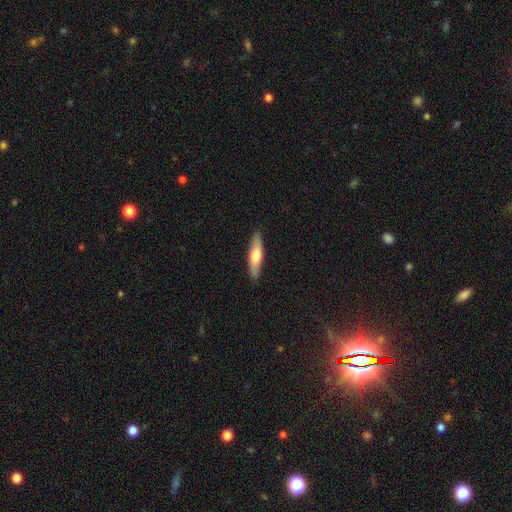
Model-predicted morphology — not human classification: Smooth or featured: smooth — 63% (featured or disk — 31%)
How rounded: cigar-shaped — 74% (in between — 24%)
Merging: none — 88% (minor disturbance — 9%)